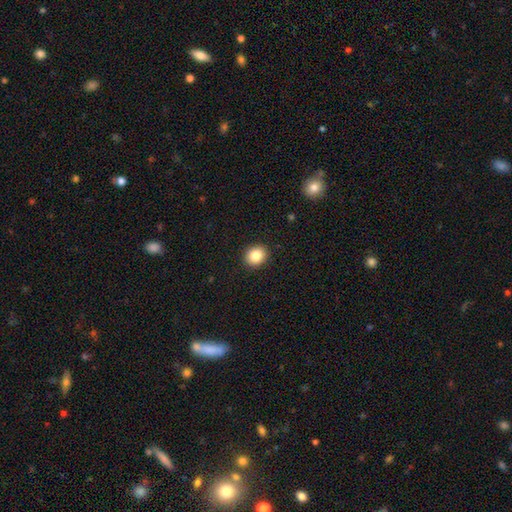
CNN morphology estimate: Smooth or featured? smooth (84%)
How rounded? round (68%)
Merging? none (92%)